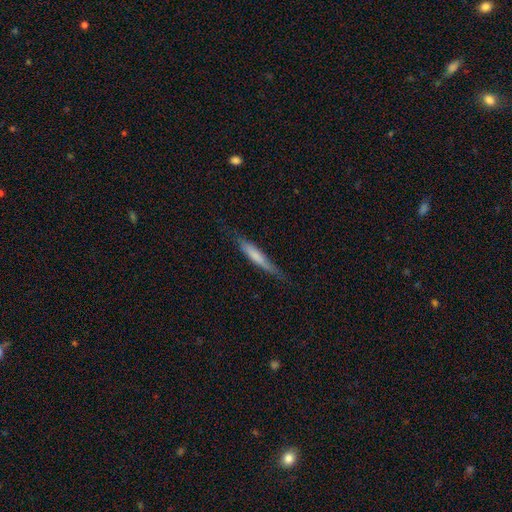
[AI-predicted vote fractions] Smooth or featured? smooth (61%)
How rounded? cigar-shaped (92%)
Merging? none (71%)